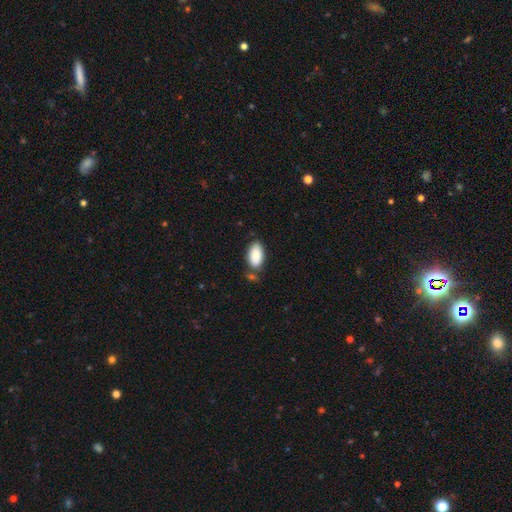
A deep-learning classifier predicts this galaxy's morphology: Smooth or featured? smooth (86%)
How rounded? in between (95%)
Merging? none (70%)